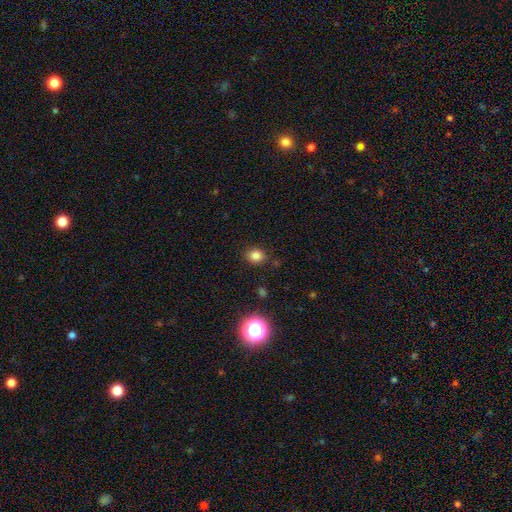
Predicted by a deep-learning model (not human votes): A smooth galaxy with no disk features (80%) that is round (70%).

Vote fractions:
- Smooth or featured? smooth: 80% / star or artifact: 14% / featured or disk: 5%
- How rounded? round: 70% / in between: 29% / cigar-shaped: 1%
- Merging? none: 86% / minor disturbance: 9% / major disturbance: 3% / merger: 2%